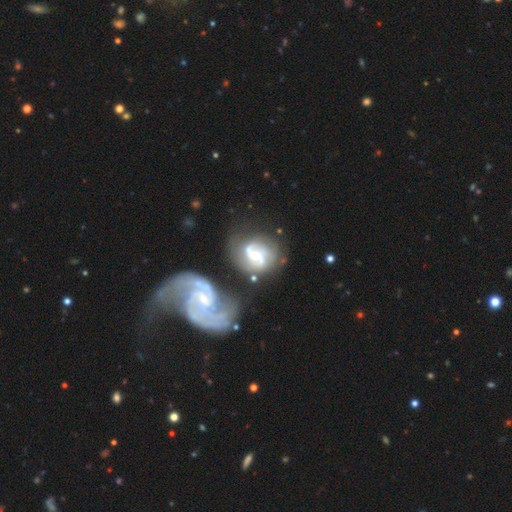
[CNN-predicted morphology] This appears to be a featured or disk galaxy (78%) with no bar (55%), 2 (56%) medium (42%) spiral arms (88%) and a small central bulge (48%). Merging: none (40%).